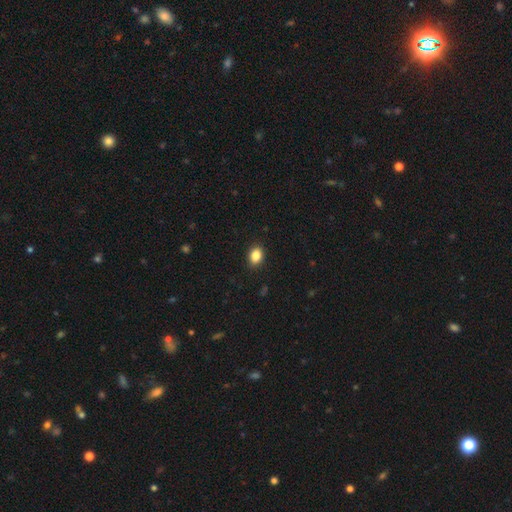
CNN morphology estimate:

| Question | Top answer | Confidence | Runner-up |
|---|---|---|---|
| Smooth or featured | smooth | 87% | star or artifact (9%) |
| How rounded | in between | 70% | round (29%) |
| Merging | none | 90% | minor disturbance (7%) |